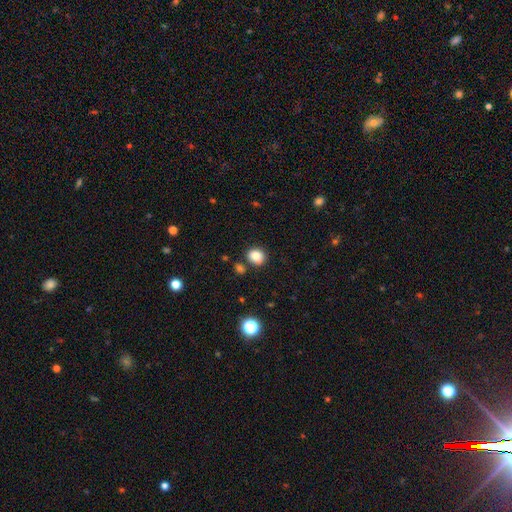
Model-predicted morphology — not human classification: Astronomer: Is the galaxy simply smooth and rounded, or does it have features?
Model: smooth — 84%.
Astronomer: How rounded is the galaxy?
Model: round — 69%.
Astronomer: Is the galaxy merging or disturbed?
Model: none — 79%.